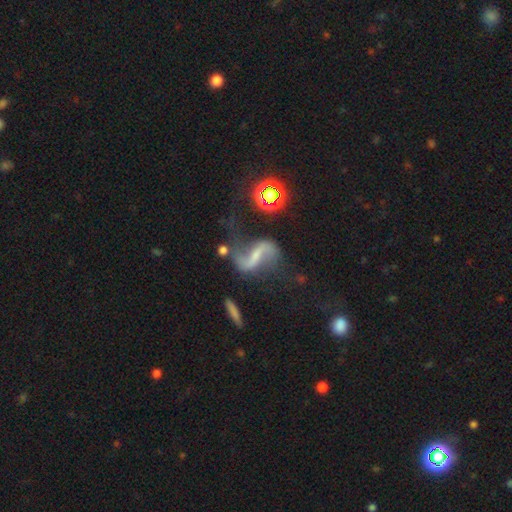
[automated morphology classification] Smooth or featured? Predicted: featured or disk (p=0.82). Edge-on disk? Predicted: no (p=0.96). Bar? Predicted: strong (p=0.49). Spiral arms? Predicted: yes (p=0.93). Spiral winding? Predicted: loose (p=0.84). Spiral arm count? Predicted: 2 (p=0.91). Bulge size? Predicted: small (p=0.44). Merging? Predicted: none (p=0.56).